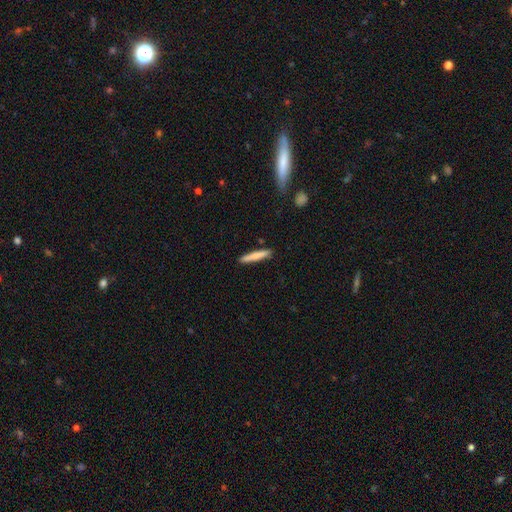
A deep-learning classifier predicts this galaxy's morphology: Smooth or featured: smooth — 77% (featured or disk — 17%)
How rounded: cigar-shaped — 93% (in between — 6%)
Merging: none — 89% (minor disturbance — 7%)